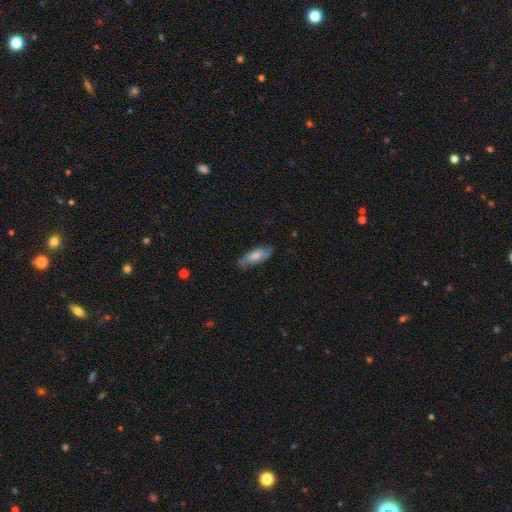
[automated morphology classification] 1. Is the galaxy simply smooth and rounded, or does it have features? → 50% smooth, 44% featured or disk, 6% star or artifact.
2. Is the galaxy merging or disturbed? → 74% none, 20% minor disturbance, 5% major disturbance, 1% merger.